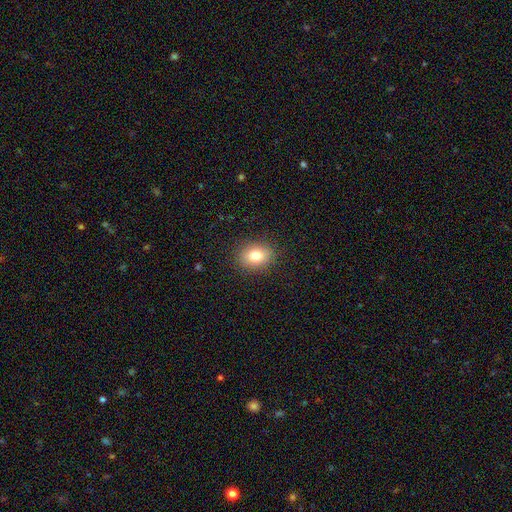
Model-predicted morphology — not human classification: smooth 80%, star or artifact 11%, featured or disk 10%. Down the decision tree: how rounded — in between (53%); merging — none (88%).